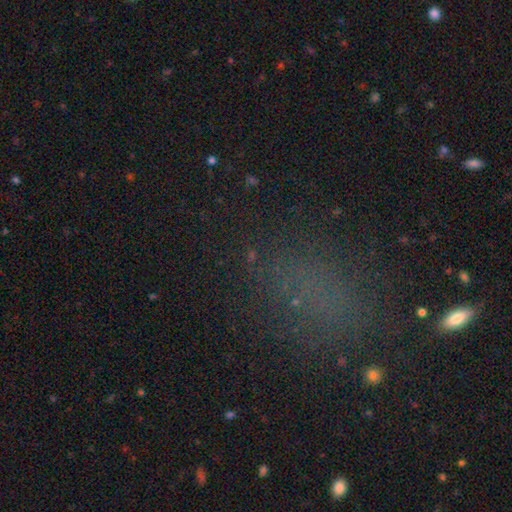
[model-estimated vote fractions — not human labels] Morphology: type=star or artifact (49%).